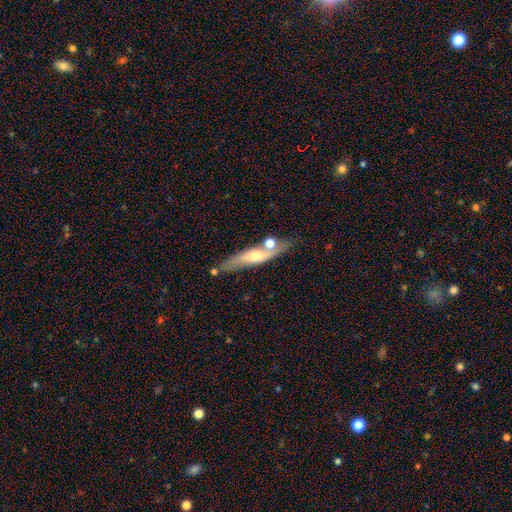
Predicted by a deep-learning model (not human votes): Smooth or featured?
  - featured or disk: 58% *
  - smooth: 36%
  - star or artifact: 7%
Edge-on disk?
  - yes: 68% *
  - no: 32%
Merging?
  - none: 67% *
  - minor disturbance: 15%
  - merger: 14%
  - major disturbance: 4%